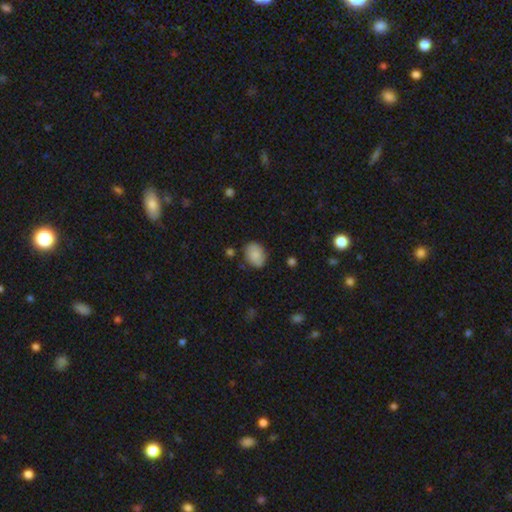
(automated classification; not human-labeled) Q: Smooth or featured?
A: smooth (81%); runner-up: featured or disk (12%)
Q: How rounded?
A: in between (72%); runner-up: round (27%)
Q: Merging?
A: none (79%); runner-up: minor disturbance (16%)